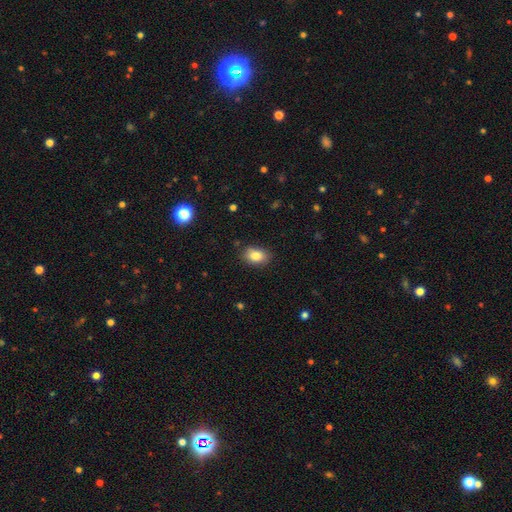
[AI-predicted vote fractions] Smooth or featured?
  - smooth: 84% *
  - star or artifact: 9%
  - featured or disk: 8%
How rounded?
  - in between: 83% *
  - round: 16%
  - cigar-shaped: 1%
Merging?
  - none: 83% *
  - minor disturbance: 12%
  - major disturbance: 3%
  - merger: 1%